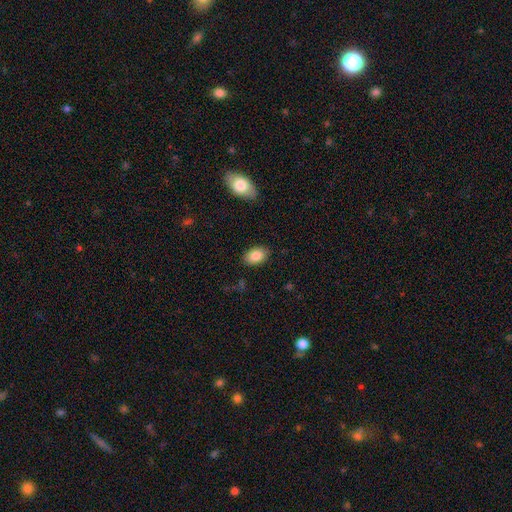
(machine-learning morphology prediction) A smooth galaxy with no disk features (86%) that is in between round and cigar-shaped (89%). Merging: none (86%).